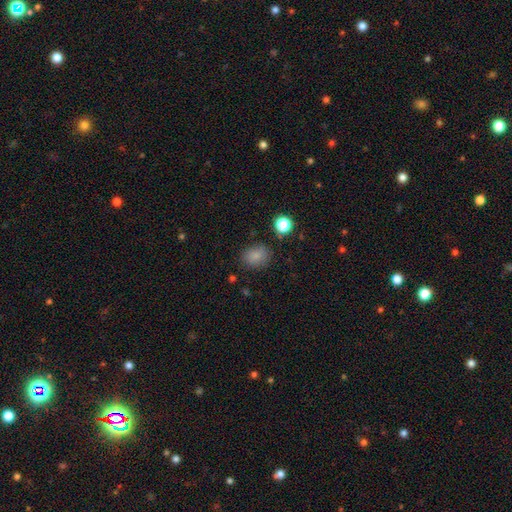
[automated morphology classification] A smooth galaxy with no disk features (81%) that is round (53%). Merging: none (79%).